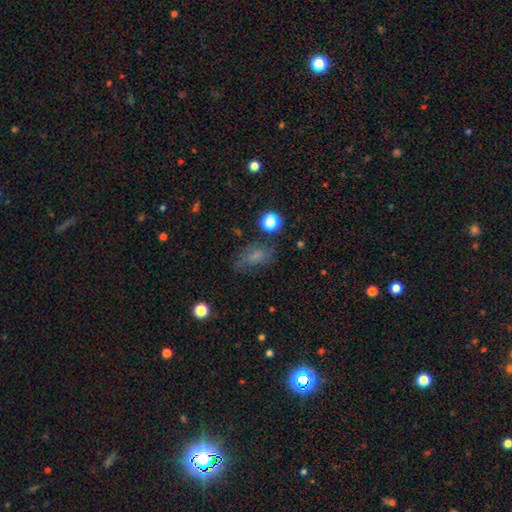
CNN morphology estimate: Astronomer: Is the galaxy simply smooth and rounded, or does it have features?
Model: smooth — 60%.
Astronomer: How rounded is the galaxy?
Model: in between — 79%.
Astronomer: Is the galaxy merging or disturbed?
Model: none — 62%.